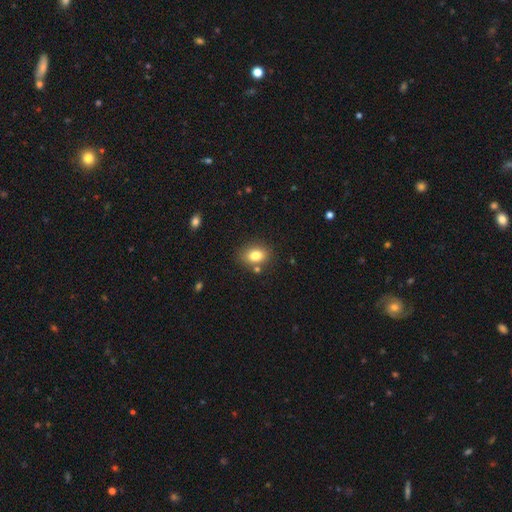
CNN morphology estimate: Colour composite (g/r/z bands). It shows a smooth galaxy with no disk features (81%) that is in between round and cigar-shaped (67%). Merging: none (78%).